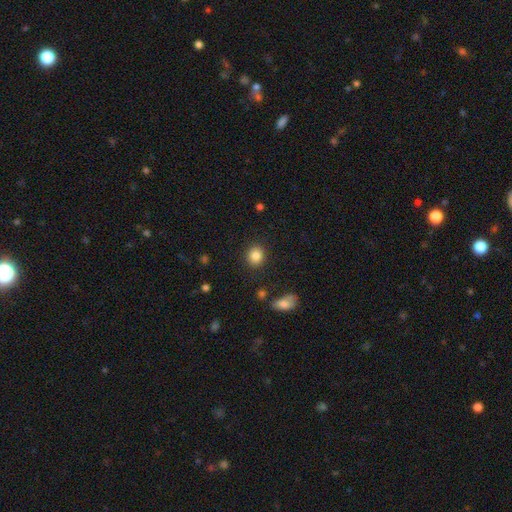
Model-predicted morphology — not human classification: Smooth or featured? Predicted: smooth (p=0.85). How rounded? Predicted: round (p=0.81). Merging? Predicted: none (p=0.89).